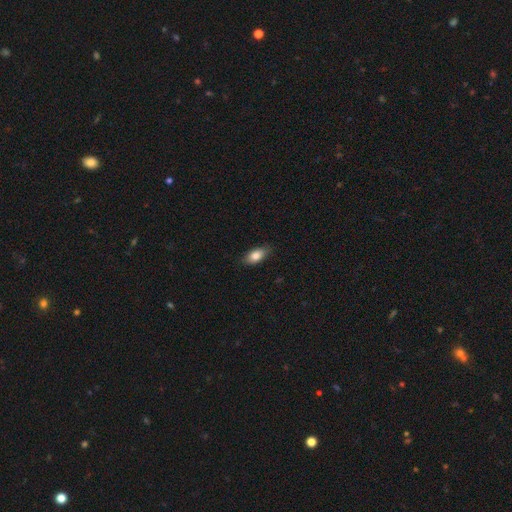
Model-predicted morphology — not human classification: Smooth or featured: smooth — 83% (featured or disk — 10%)
How rounded: in between — 88% (cigar-shaped — 7%)
Merging: none — 83% (minor disturbance — 14%)